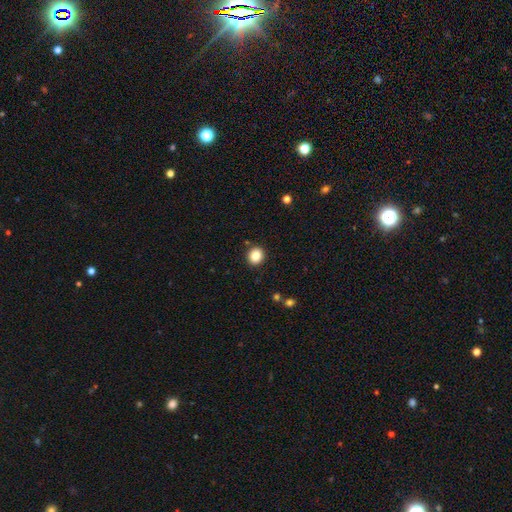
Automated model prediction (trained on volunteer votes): Smooth or featured: smooth — 86% (star or artifact — 10%)
How rounded: round — 81% (in between — 18%)
Merging: none — 91% (minor disturbance — 6%)